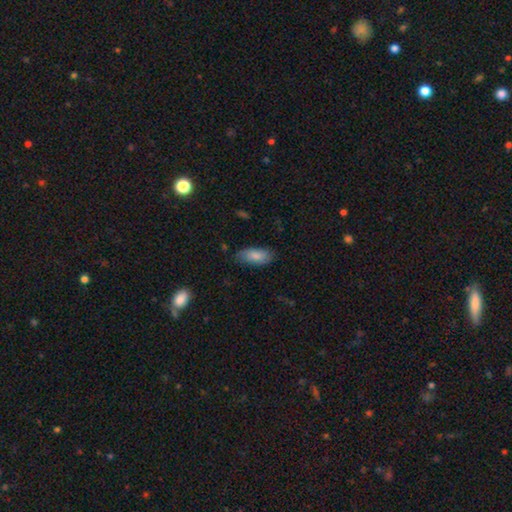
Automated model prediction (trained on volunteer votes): Smooth or featured? smooth (81%)
How rounded? in between (90%)
Merging? none (72%)